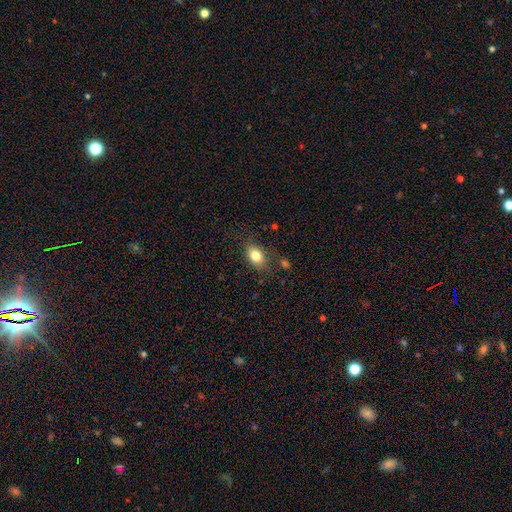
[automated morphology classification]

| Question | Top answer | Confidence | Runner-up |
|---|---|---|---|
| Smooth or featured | smooth | 81% | featured or disk (10%) |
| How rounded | in between | 82% | round (16%) |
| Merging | none | 77% | minor disturbance (16%) |